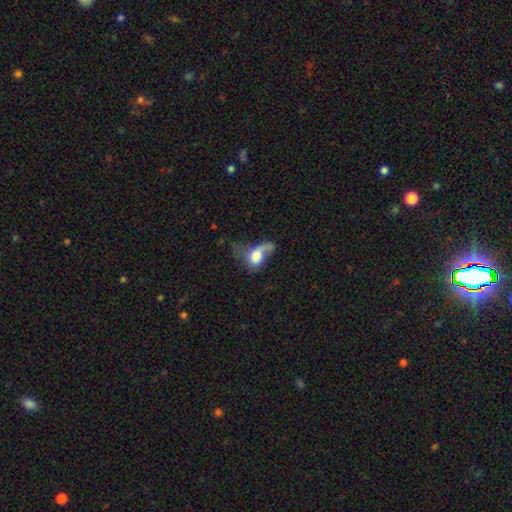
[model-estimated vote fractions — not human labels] smooth 54%, featured or disk 37%, star or artifact 9%. Down the decision tree: how rounded — in between (76%); merging — major disturbance (54%).